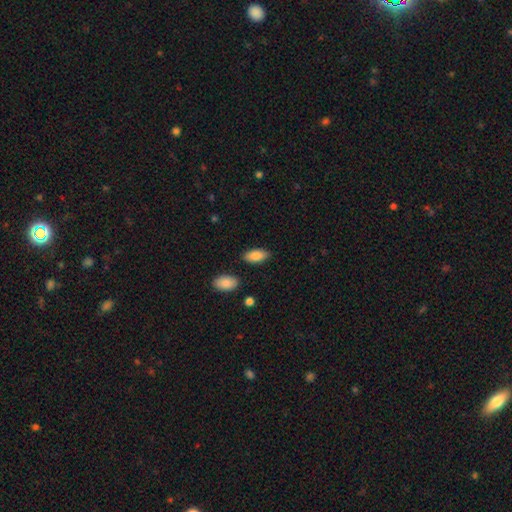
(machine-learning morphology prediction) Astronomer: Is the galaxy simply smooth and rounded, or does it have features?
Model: smooth — 85%.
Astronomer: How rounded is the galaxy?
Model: in between — 91%.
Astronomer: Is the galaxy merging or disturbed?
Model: none — 85%.